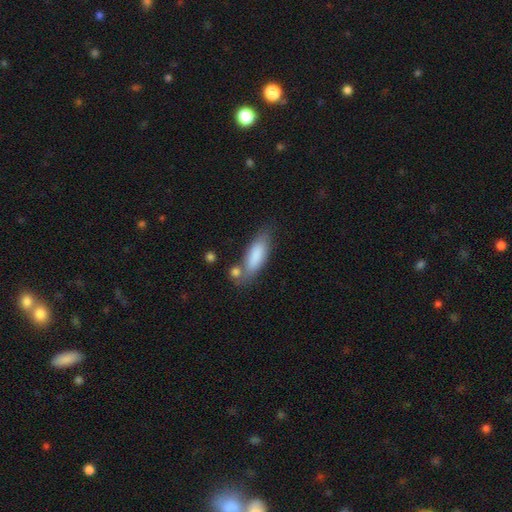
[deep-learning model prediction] Morphology: type=smooth (82%); roundness=in between (66%); merging=none (56%).